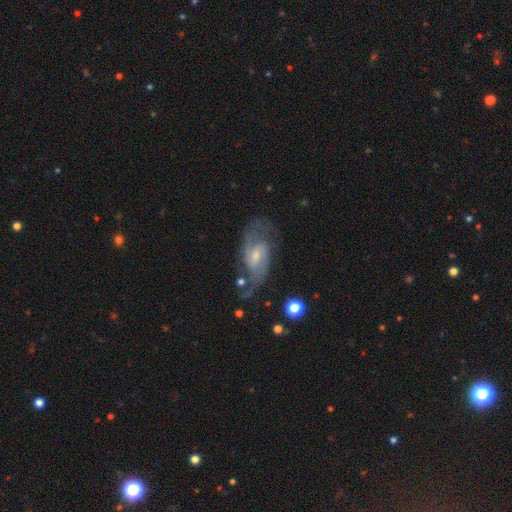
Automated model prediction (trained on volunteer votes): Overall: featured or disk (84%). Edge-on disk: no (95%). Bar: weak (57%; no 29%). Spiral arms: yes (95%). Spiral arm count: 2 (84%). Spiral winding: medium (51%; loose 30%). Bulge size: small (48%; moderate 39%). Merging: none (62%).